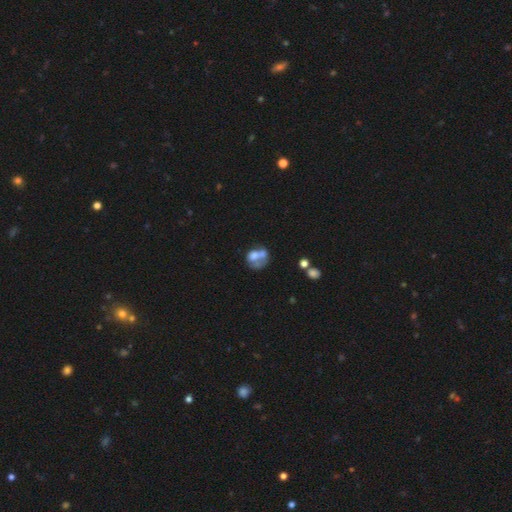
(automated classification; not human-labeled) A smooth galaxy with no disk features (50%).

Vote fractions:
- Smooth or featured? smooth: 50% / featured or disk: 38% / star or artifact: 12%
- Merging? merger: 39% / major disturbance: 23% / none: 23% / minor disturbance: 15%